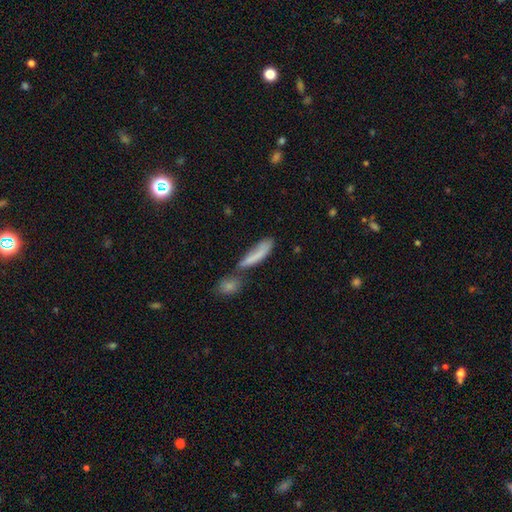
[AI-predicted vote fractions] A smooth galaxy with no disk features (71%) that is cigar-shaped (73%).

Vote fractions:
- Smooth or featured? smooth: 71% / featured or disk: 19% / star or artifact: 9%
- How rounded? cigar-shaped: 73% / in between: 25% / round: 3%
- Merging? merger: 38% / none: 35% / minor disturbance: 17% / major disturbance: 10%